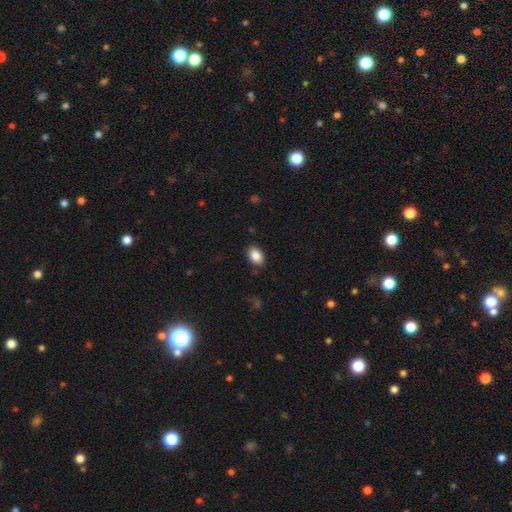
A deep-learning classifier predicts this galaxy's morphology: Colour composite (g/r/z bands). It shows a smooth galaxy with no disk features (87%) that is in between round and cigar-shaped (84%). Merging: none (86%).